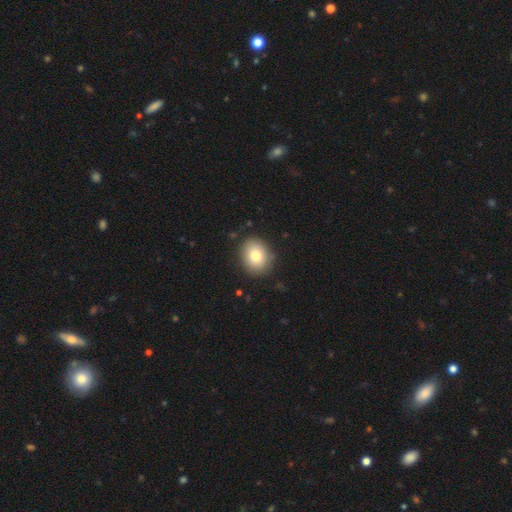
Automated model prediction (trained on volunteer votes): This is clearly a smooth galaxy (82%). How rounded: possibly round (56%). Merging: clearly none (87%).